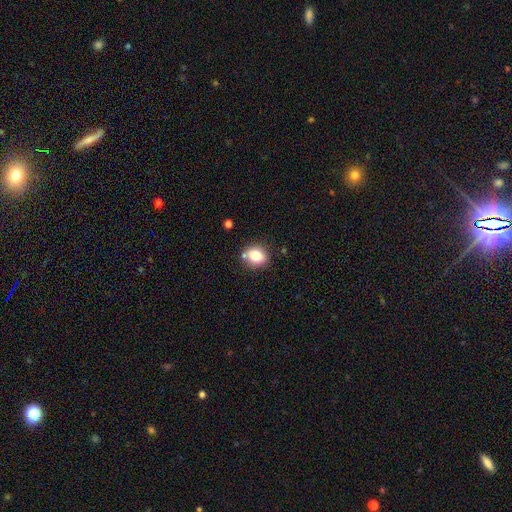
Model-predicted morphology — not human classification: This appears to be a smooth galaxy with no disk features (78%) that is round (71%). Merging: none (75%).